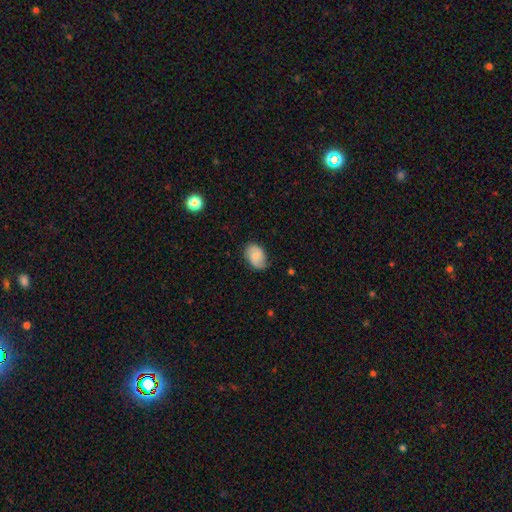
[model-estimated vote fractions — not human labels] Smooth or featured?
  - smooth: 51% *
  - featured or disk: 41%
  - star or artifact: 8%
How rounded?
  - in between: 80% *
  - round: 19%
  - cigar-shaped: 1%
Merging?
  - none: 72% *
  - minor disturbance: 22%
  - major disturbance: 5%
  - merger: 1%